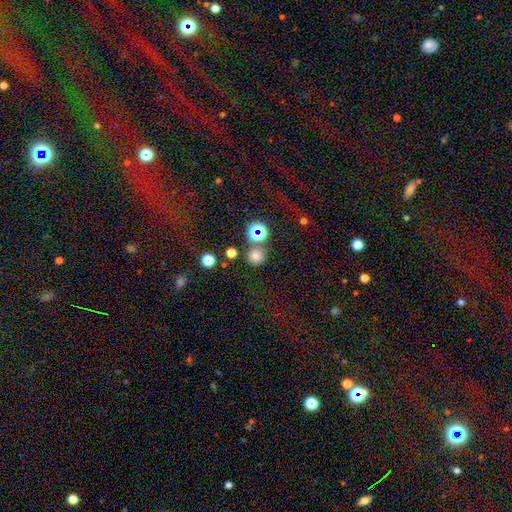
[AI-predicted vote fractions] Morphology: type=smooth (69%); roundness=round (92%); merging=none (78%).